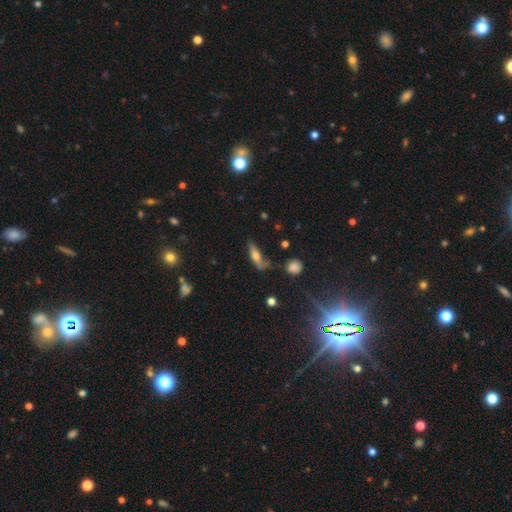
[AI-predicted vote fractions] Smooth or featured? smooth (56%)
How rounded? cigar-shaped (50%)
Merging? none (44%)